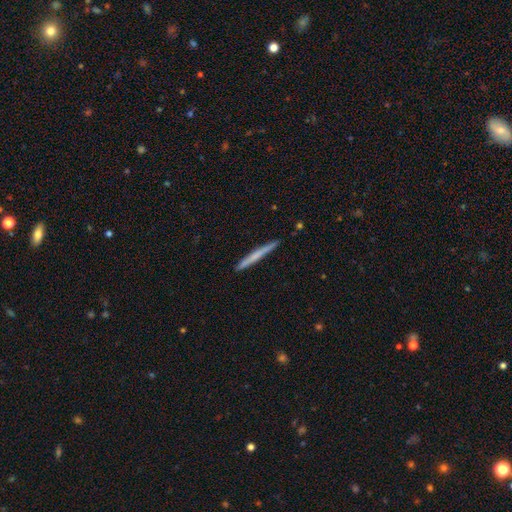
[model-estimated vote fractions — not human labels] A smooth galaxy with no disk features (53%) that is cigar-shaped (97%). Merging: none (92%).